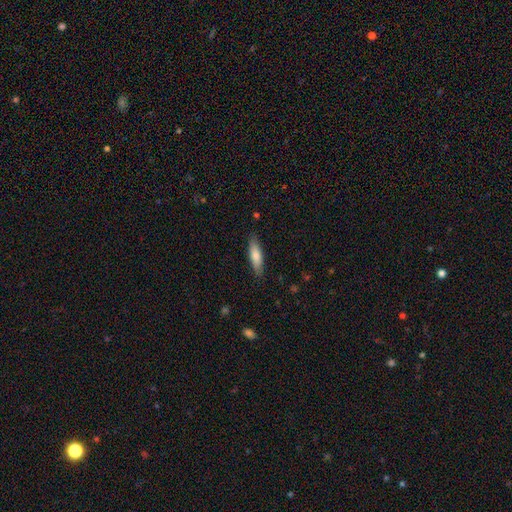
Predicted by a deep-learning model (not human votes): This appears to be a smooth galaxy with no disk features (76%) that is cigar-shaped (63%). Merging: none (86%).